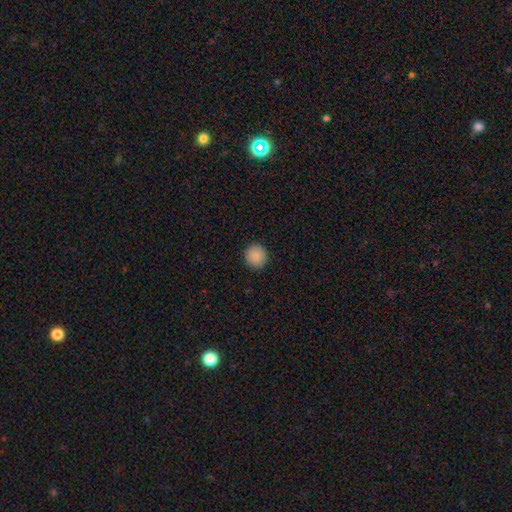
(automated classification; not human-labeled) Morphology: type=smooth (87%); roundness=round (93%); merging=none (93%).